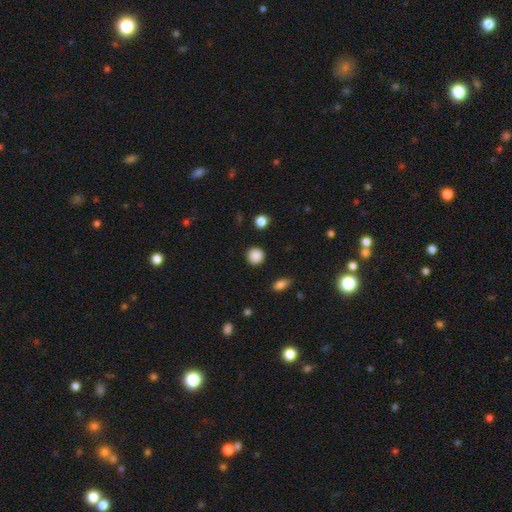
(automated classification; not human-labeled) smooth 88%, star or artifact 9%, featured or disk 3%. Down the decision tree: how rounded — round (92%); merging — none (91%).